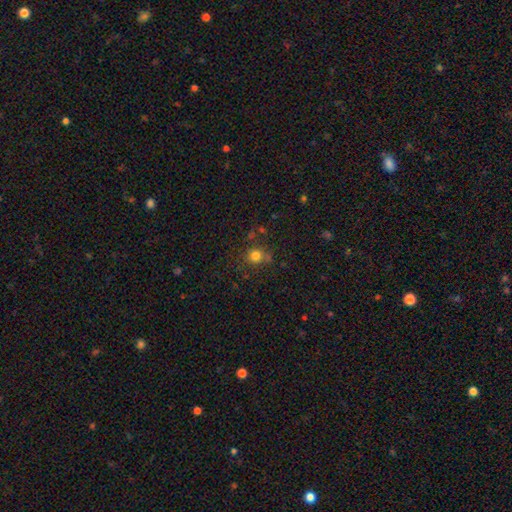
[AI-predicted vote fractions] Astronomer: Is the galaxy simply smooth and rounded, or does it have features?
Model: smooth — 77%.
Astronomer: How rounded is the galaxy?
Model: round — 87%.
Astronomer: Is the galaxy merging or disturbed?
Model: none — 72%.